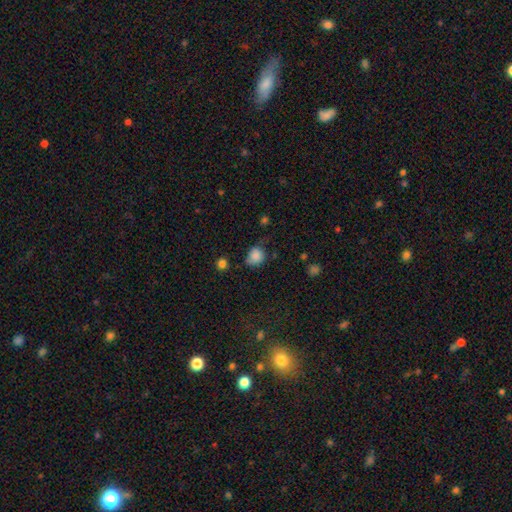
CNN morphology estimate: A smooth galaxy with no disk features (83%) that is round (68%).

Vote fractions:
- Smooth or featured? smooth: 83% / star or artifact: 11% / featured or disk: 6%
- How rounded? round: 68% / in between: 31% / cigar-shaped: 1%
- Merging? none: 51% / minor disturbance: 34% / major disturbance: 11% / merger: 3%